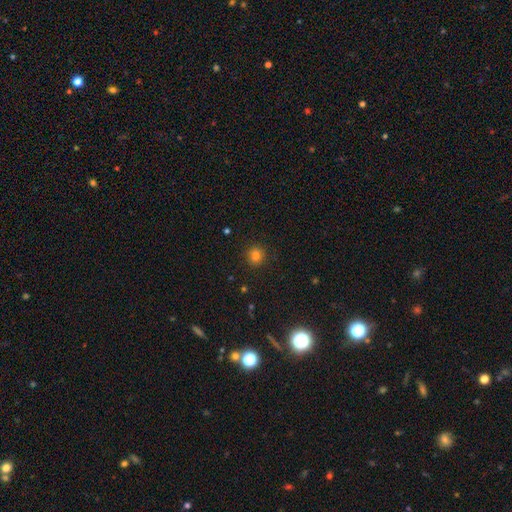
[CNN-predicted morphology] Smooth or featured? Predicted: smooth (p=0.80). How rounded? Predicted: round (p=0.88). Merging? Predicted: none (p=0.90).